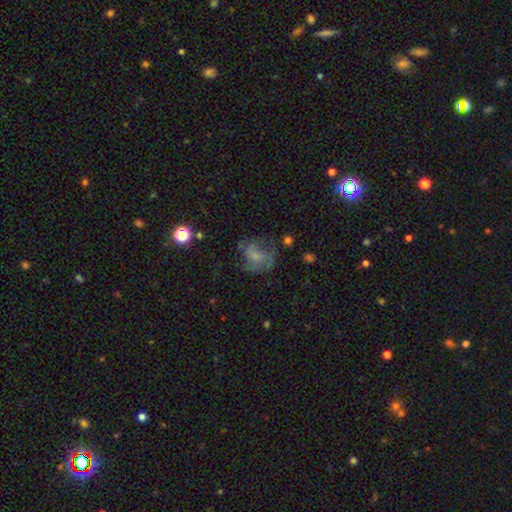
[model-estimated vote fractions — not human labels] This is marginally a featured or disk galaxy (44%). Merging: possibly none (45%).